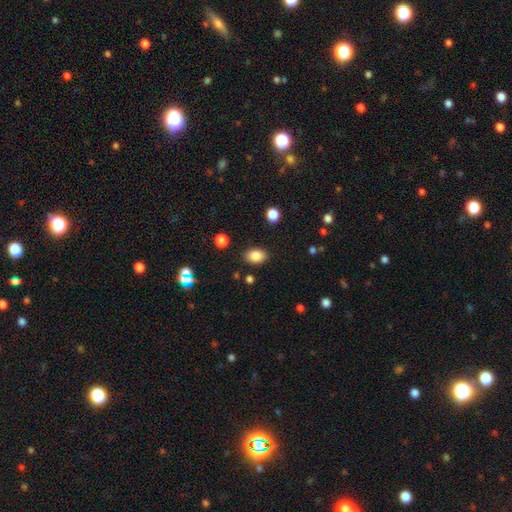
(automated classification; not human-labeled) Morphology: type=smooth (86%); roundness=in between (82%); merging=none (85%).